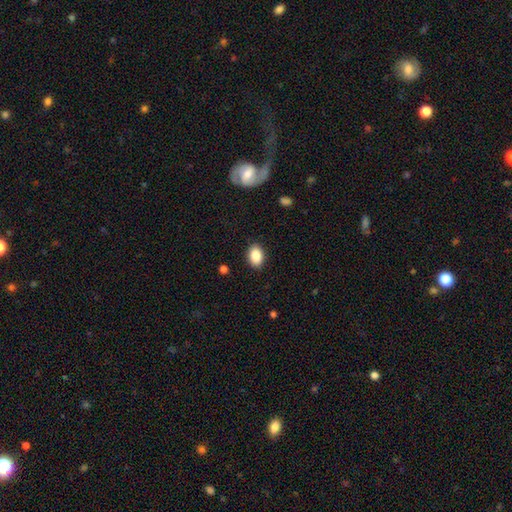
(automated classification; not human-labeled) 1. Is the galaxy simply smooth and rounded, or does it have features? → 88% smooth, 8% star or artifact, 5% featured or disk.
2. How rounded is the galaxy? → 85% in between, 14% round, 1% cigar-shaped.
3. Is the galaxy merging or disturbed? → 88% none, 9% minor disturbance, 2% major disturbance, 1% merger.